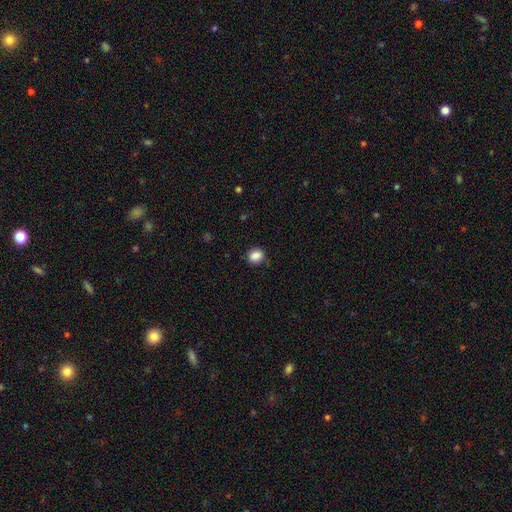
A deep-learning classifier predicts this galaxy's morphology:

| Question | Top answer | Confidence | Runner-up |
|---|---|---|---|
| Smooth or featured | smooth | 87% | star or artifact (9%) |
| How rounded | round | 67% | in between (32%) |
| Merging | none | 85% | minor disturbance (11%) |